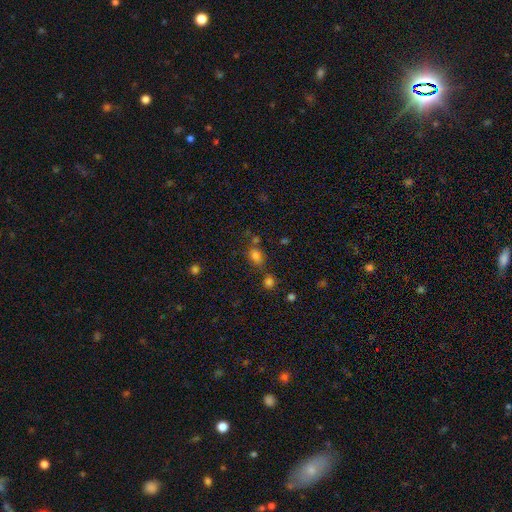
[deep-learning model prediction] A smooth galaxy with no disk features (76%) that is in between round and cigar-shaped (73%). Merging: none (60%).